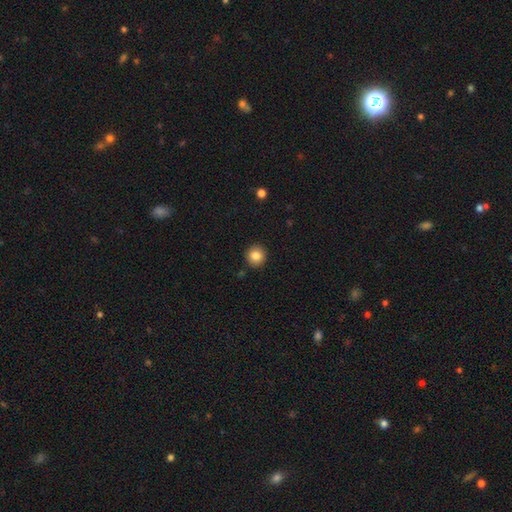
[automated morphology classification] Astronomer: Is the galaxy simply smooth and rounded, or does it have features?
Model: smooth — 84%.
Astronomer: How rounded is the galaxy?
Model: round — 92%.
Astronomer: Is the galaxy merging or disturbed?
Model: none — 91%.